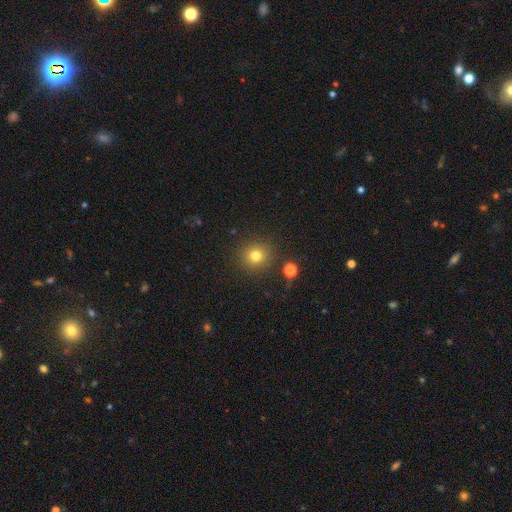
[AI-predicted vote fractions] Overall: smooth (78%). How rounded: round (91%). Merging: none (87%).